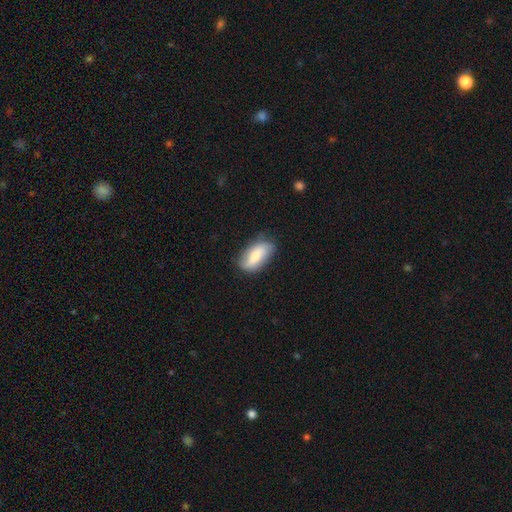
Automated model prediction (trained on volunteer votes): Morphology: type=smooth (67%); roundness=in between (89%); merging=none (73%).